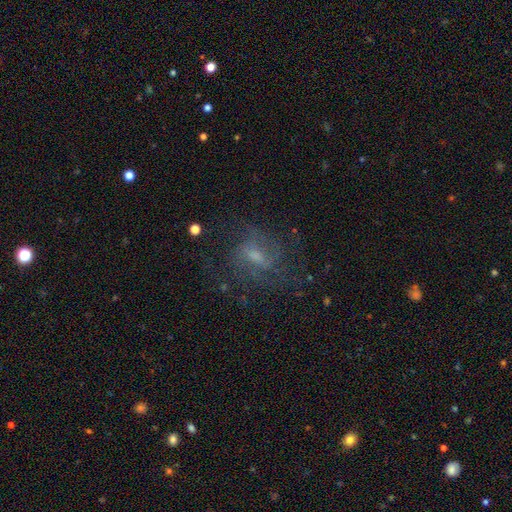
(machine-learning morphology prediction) The model was most divided on "bulge size": small: 40%, moderate: 39%, none: 14%, large: 6%, dominant: 1%. Remaining: edge-on disk — no (95%); spiral arms — yes (84%); smooth or featured — featured or disk (68%); merging — none (63%); bar — weak (56%); spiral winding — medium (47%); spiral arm count — can't tell (40%).